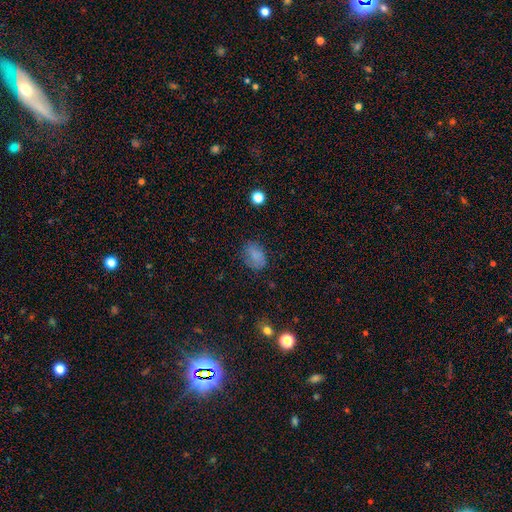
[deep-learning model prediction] smooth 80%, star or artifact 12%, featured or disk 8%. Down the decision tree: how rounded — in between (79%); merging — none (72%).